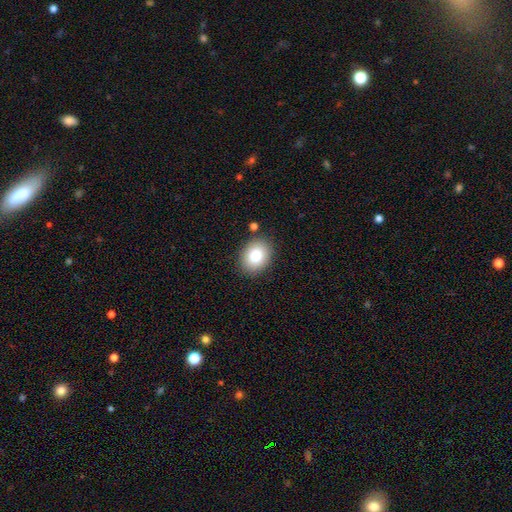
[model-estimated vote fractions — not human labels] smooth 83%, star or artifact 8%, featured or disk 8%. Down the decision tree: how rounded — in between (62%); merging — none (86%).